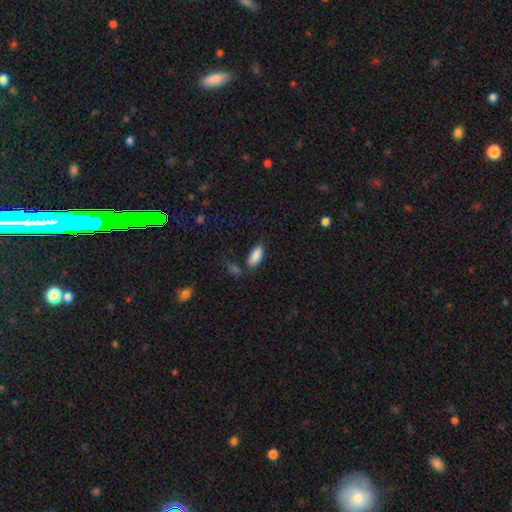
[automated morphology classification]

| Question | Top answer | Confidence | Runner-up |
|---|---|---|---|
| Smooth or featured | smooth | 88% | star or artifact (7%) |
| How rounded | in between | 82% | cigar-shaped (16%) |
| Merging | none | 67% | minor disturbance (18%) |